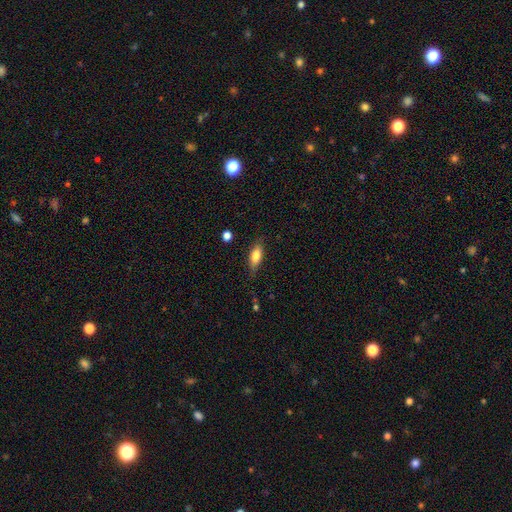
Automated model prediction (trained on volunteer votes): Smooth or featured? smooth (73%)
How rounded? in between (71%)
Merging? none (77%)